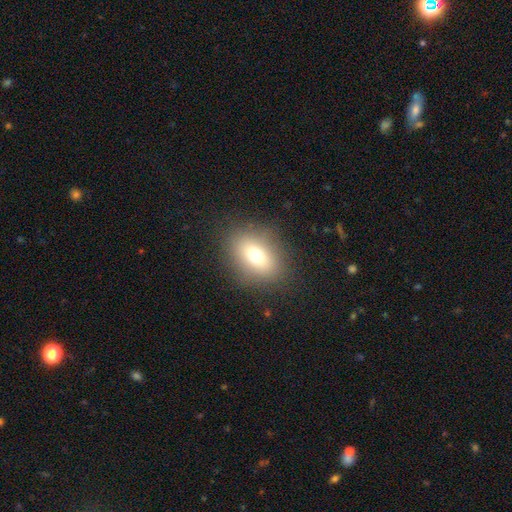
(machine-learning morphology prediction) smooth-or-featured: smooth: 71% | featured or disk: 16% | star or artifact: 13%
  how-rounded: in between: 68% | round: 30% | cigar-shaped: 2%
  merging: none: 85% | minor disturbance: 9% | major disturbance: 4% | merger: 1%